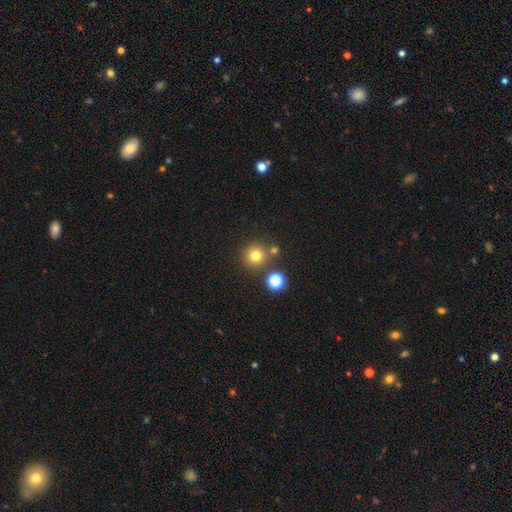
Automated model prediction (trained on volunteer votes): Smooth or featured? Predicted: smooth (p=0.76). How rounded? Predicted: round (p=0.94). Merging? Predicted: none (p=0.78).